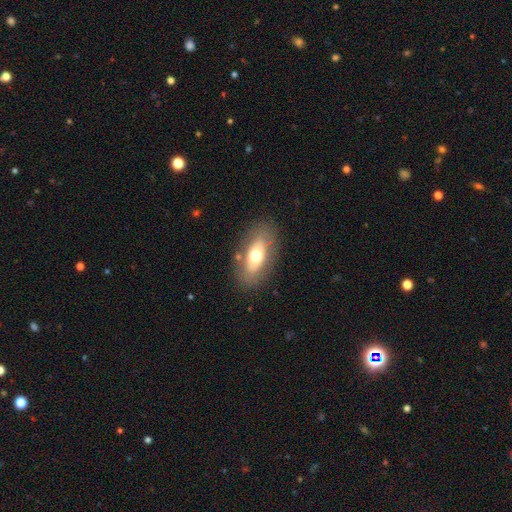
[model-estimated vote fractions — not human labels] This appears to be a smooth galaxy with no disk features (62%) that is in between round and cigar-shaped (85%). Merging: none (81%).